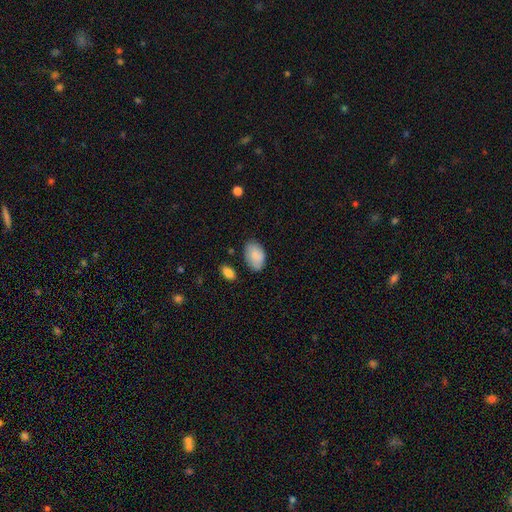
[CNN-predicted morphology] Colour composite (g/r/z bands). It shows a smooth galaxy with no disk features (86%) that is in between round and cigar-shaped (91%). Merging: none (73%).